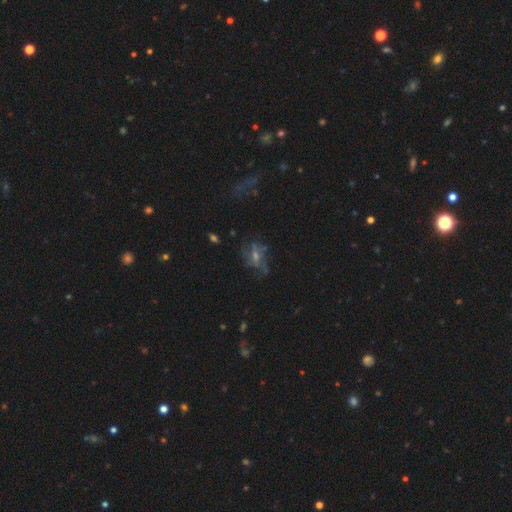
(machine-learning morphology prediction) Smooth or featured?
  - featured or disk: 50% *
  - star or artifact: 28%
  - smooth: 23%
Merging?
  - none: 56% *
  - major disturbance: 22%
  - minor disturbance: 19%
  - merger: 3%